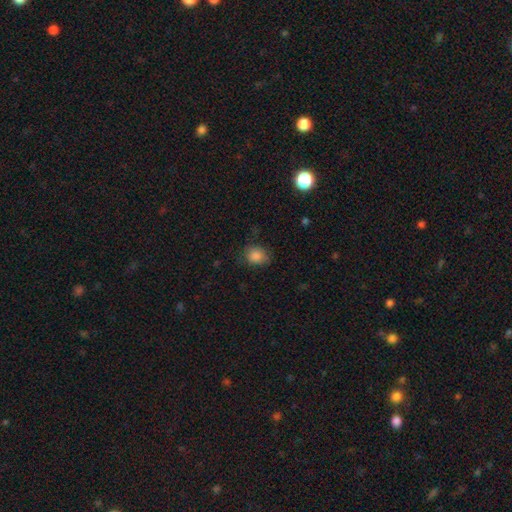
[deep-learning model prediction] Morphology: type=smooth (86%); roundness=round (61%); merging=none (73%).